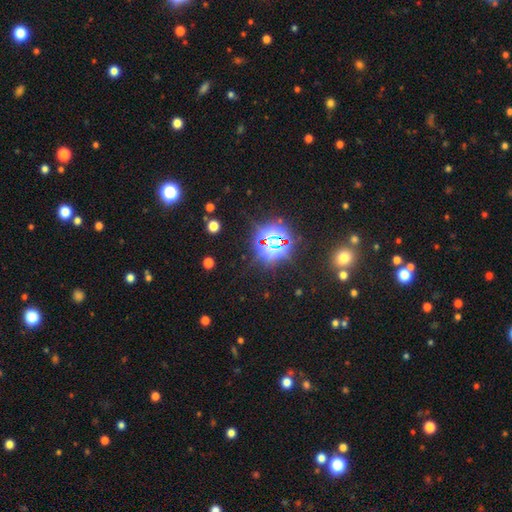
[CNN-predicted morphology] Smooth or featured? star or artifact (78%)